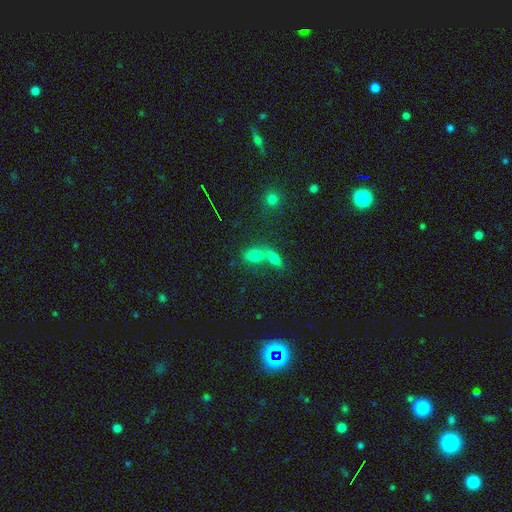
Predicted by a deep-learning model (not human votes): This appears to be a smooth galaxy with no disk features (72%) that is in between round and cigar-shaped (79%). Merging: merger (57%).